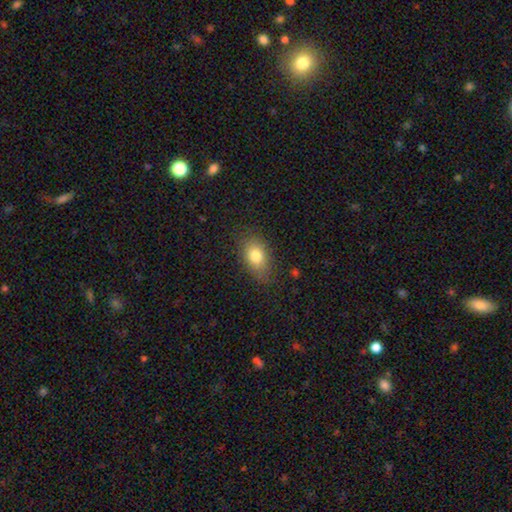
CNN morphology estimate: Smooth or featured? smooth (79%)
How rounded? in between (79%)
Merging? none (77%)